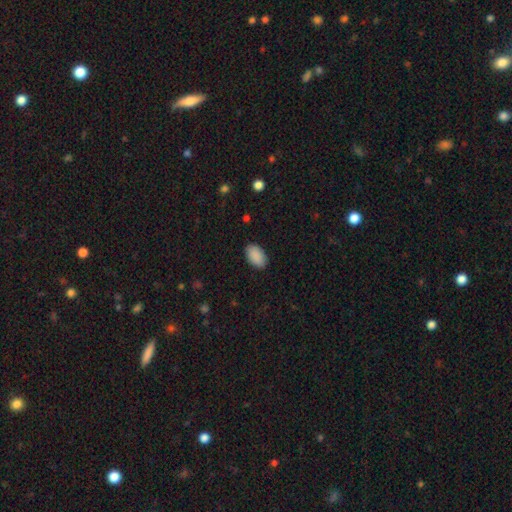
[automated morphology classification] Smooth or featured? Predicted: smooth (p=0.91). How rounded? Predicted: in between (p=0.94). Merging? Predicted: none (p=0.89).